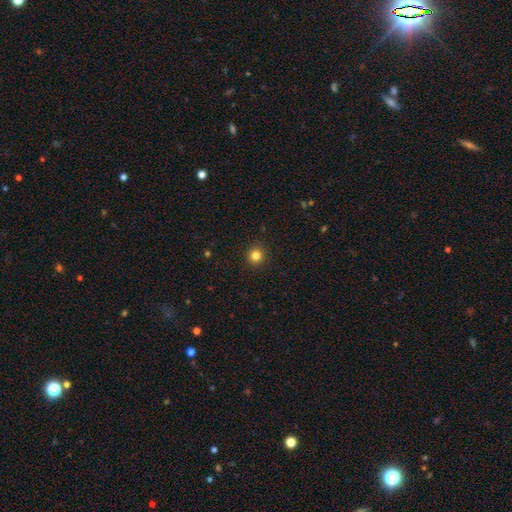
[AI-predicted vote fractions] A smooth galaxy with no disk features (82%) that is round (93%).

Vote fractions:
- Smooth or featured? smooth: 82% / star or artifact: 14% / featured or disk: 5%
- How rounded? round: 93% / in between: 6% / cigar-shaped: 1%
- Merging? none: 93% / minor disturbance: 4% / major disturbance: 2% / merger: 1%